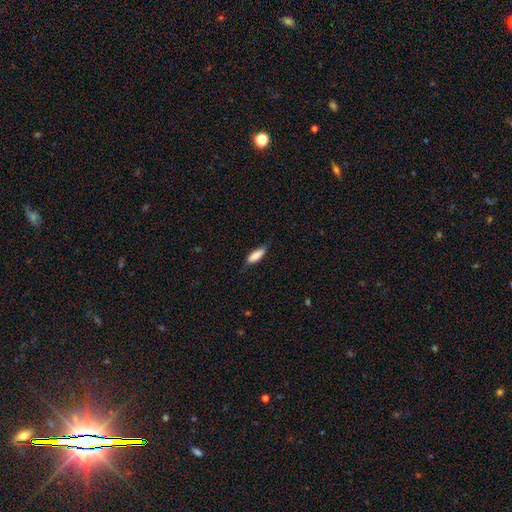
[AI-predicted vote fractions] Smooth or featured?
  - smooth: 82% *
  - featured or disk: 12%
  - star or artifact: 6%
How rounded?
  - in between: 55% *
  - cigar-shaped: 43%
  - round: 2%
Merging?
  - none: 72% *
  - minor disturbance: 23%
  - major disturbance: 4%
  - merger: 1%